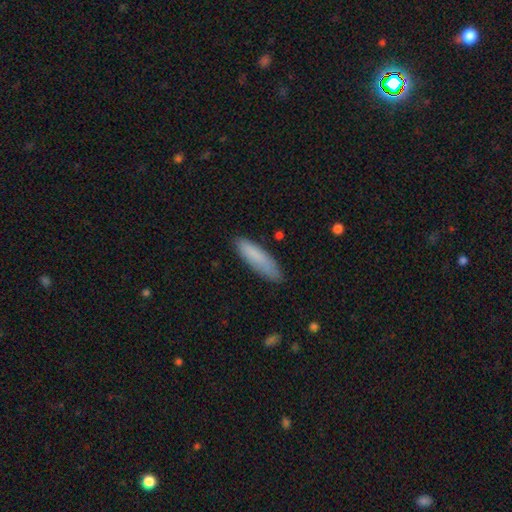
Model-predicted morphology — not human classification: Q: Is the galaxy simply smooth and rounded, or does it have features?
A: smooth — 84%.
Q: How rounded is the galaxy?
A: cigar-shaped — 68%.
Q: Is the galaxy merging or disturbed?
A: none — 79%.